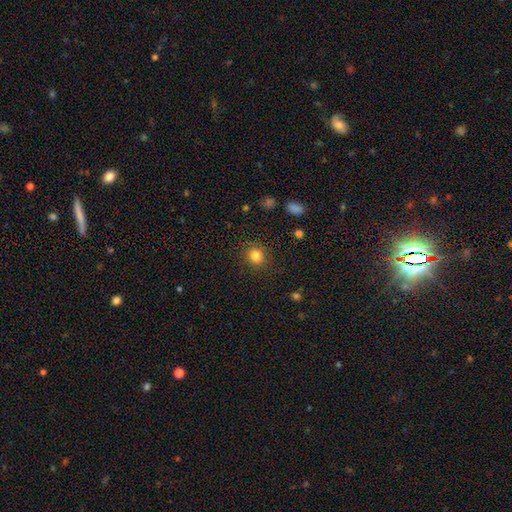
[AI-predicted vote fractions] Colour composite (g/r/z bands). It shows a smooth galaxy with no disk features (83%) that is round (84%). Merging: none (88%).